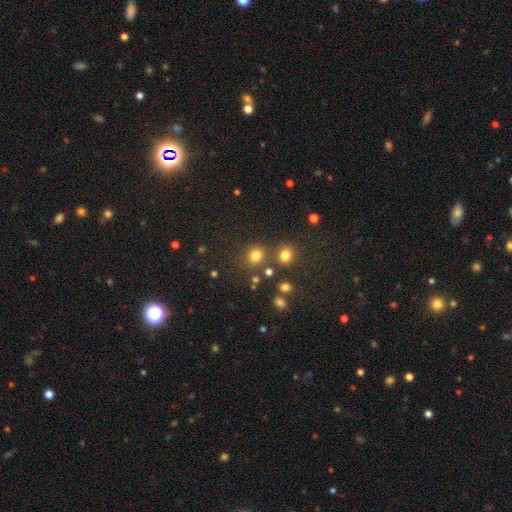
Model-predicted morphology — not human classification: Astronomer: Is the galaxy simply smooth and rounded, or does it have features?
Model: smooth — 77%.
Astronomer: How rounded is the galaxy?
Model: round — 80%.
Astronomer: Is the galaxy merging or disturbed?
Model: none — 72%.